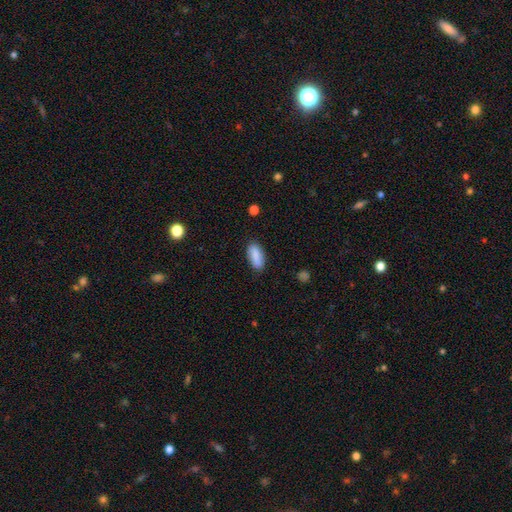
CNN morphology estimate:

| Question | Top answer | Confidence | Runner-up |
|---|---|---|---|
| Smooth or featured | smooth | 85% | featured or disk (8%) |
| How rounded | in between | 84% | cigar-shaped (14%) |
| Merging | none | 83% | minor disturbance (12%) |